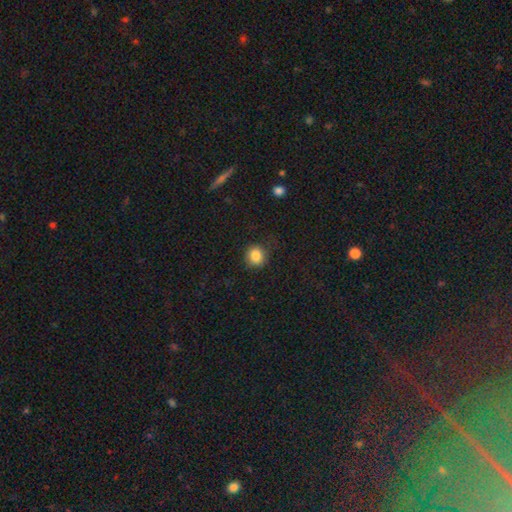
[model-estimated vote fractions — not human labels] Smooth or featured: smooth — 84% (star or artifact — 11%)
How rounded: round — 85% (in between — 14%)
Merging: none — 84% (minor disturbance — 11%)